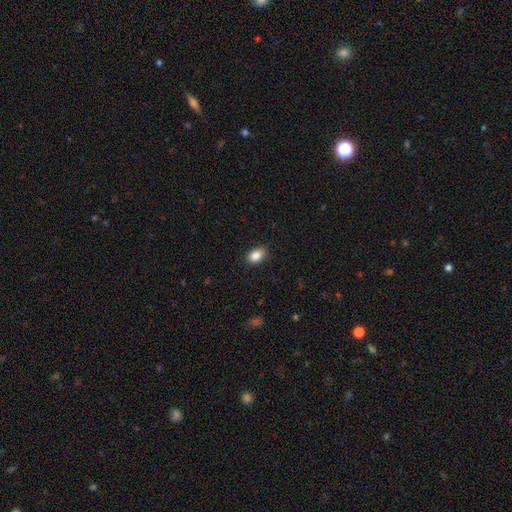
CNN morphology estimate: Q: Smooth or featured?
A: smooth (86%); runner-up: star or artifact (9%)
Q: How rounded?
A: in between (79%); runner-up: round (20%)
Q: Merging?
A: none (86%); runner-up: minor disturbance (10%)